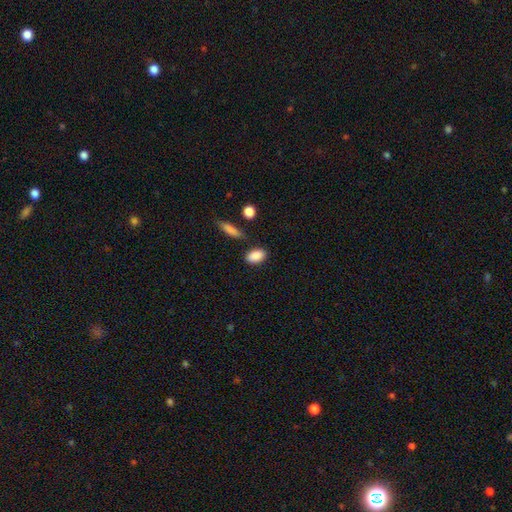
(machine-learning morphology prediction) Smooth or featured: smooth — 89% (star or artifact — 7%)
How rounded: in between — 89% (round — 8%)
Merging: none — 80% (minor disturbance — 13%)